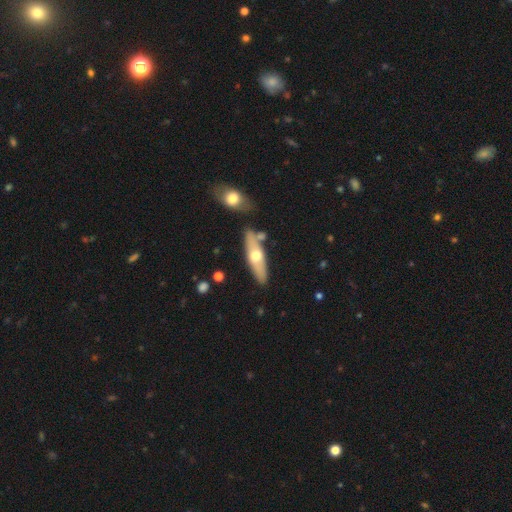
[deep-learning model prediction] smooth-or-featured: smooth: 47% (tied) | featured or disk: 47% (tied) | star or artifact: 5%
  merging: none: 76% | minor disturbance: 13% | merger: 8% | major disturbance: 3%